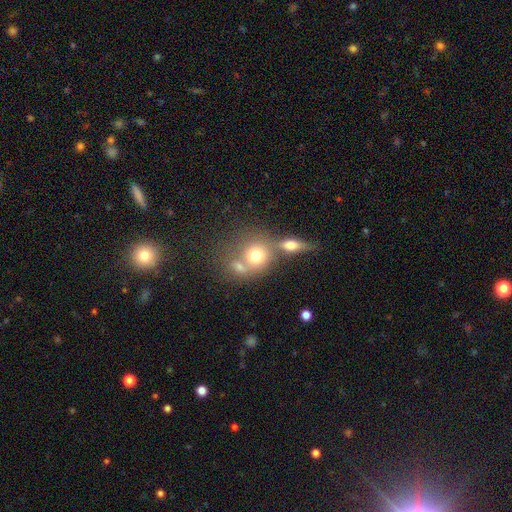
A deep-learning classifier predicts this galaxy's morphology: A smooth galaxy with no disk features (70%) that is round (74%).

Vote fractions:
- Smooth or featured? smooth: 70% / featured or disk: 19% / star or artifact: 11%
- How rounded? round: 74% / in between: 24% / cigar-shaped: 2%
- Merging? merger: 46% / none: 40% / minor disturbance: 9% / major disturbance: 6%